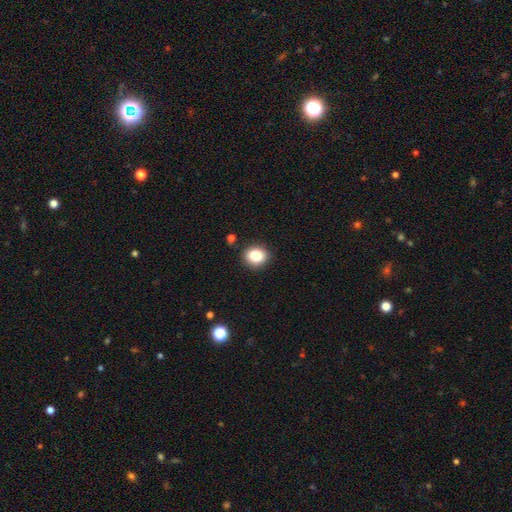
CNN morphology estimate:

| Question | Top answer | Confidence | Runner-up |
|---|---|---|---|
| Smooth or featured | smooth | 84% | star or artifact (10%) |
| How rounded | round | 64% | in between (35%) |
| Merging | none | 88% | minor disturbance (8%) |